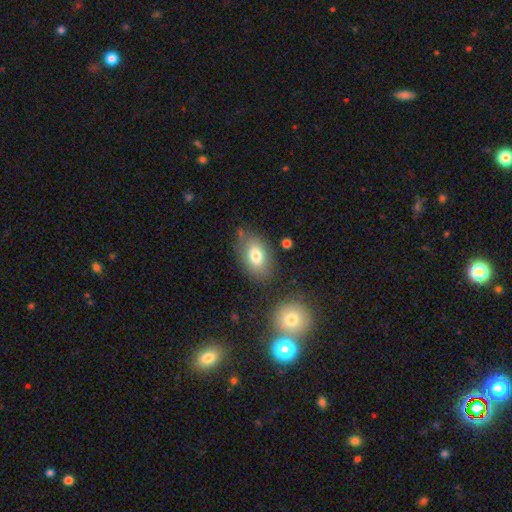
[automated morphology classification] Overall: smooth (78%). How rounded: in between (86%). Merging: none (74%).